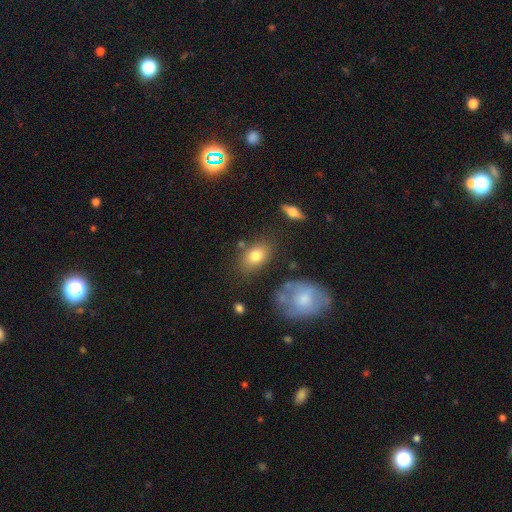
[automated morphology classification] Smooth or featured?
  - smooth: 77% *
  - featured or disk: 14%
  - star or artifact: 9%
How rounded?
  - in between: 82% *
  - round: 16%
  - cigar-shaped: 2%
Merging?
  - none: 74% *
  - minor disturbance: 15%
  - merger: 6%
  - major disturbance: 5%